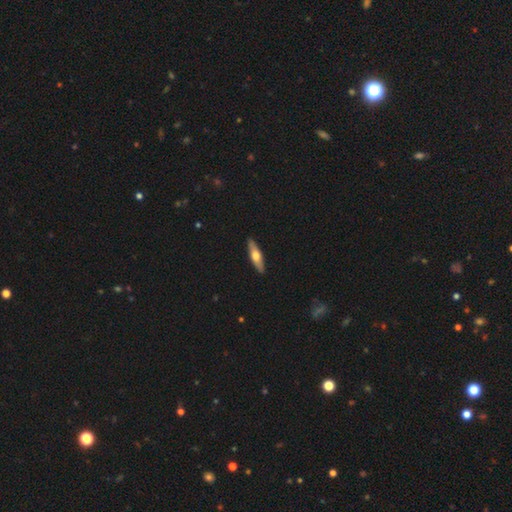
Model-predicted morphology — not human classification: type=smooth (50%); merging=none (91%).